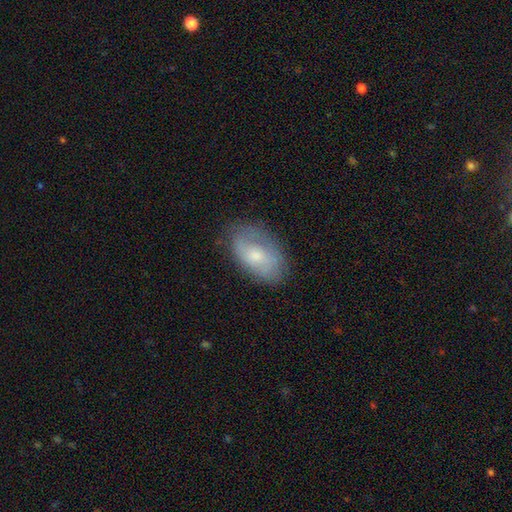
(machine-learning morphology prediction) type=smooth (56%); roundness=in between (90%); merging=none (70%).